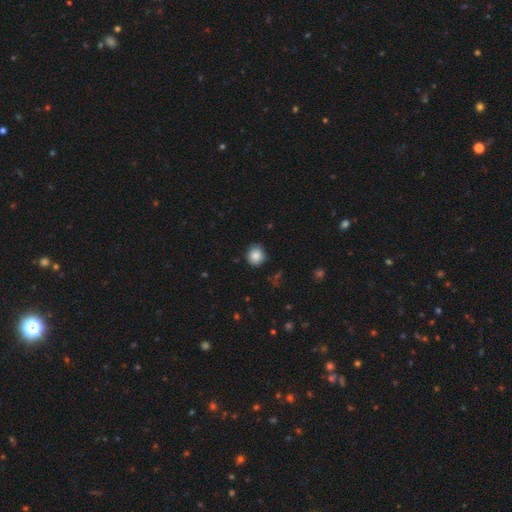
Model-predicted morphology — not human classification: This is clearly a smooth galaxy (86%). How rounded: clearly round (85%). Merging: clearly none (83%).